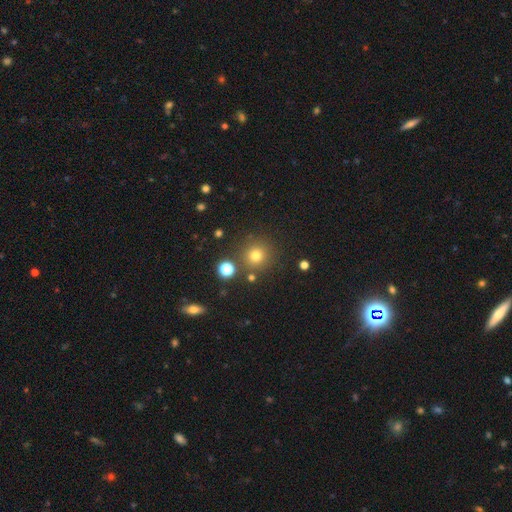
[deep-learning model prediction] smooth-or-featured: smooth: 75% | star or artifact: 17% | featured or disk: 7%
  how-rounded: round: 93% | in between: 6% | cigar-shaped: 1%
  merging: none: 84% | minor disturbance: 8% | merger: 5% | major disturbance: 3%